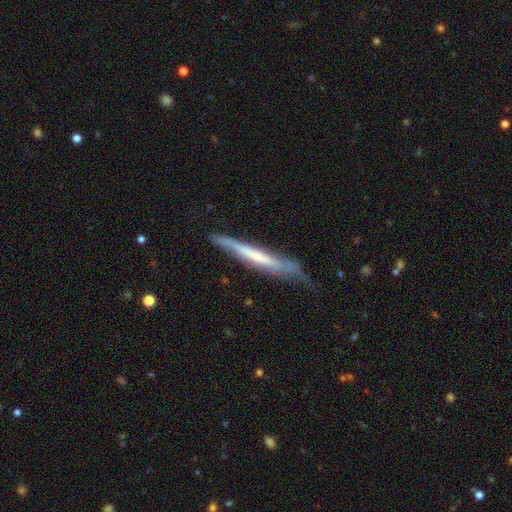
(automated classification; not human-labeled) Overall: featured or disk (57%; smooth 37%). Edge-on disk: yes (85%). Merging: none (59%; minor disturbance 30%).